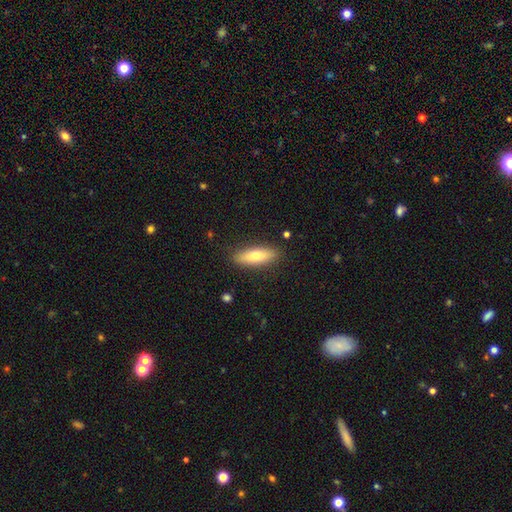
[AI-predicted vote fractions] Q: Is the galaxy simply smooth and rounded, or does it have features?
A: smooth — 67%.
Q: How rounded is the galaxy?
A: in between — 52%.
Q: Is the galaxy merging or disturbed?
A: none — 88%.